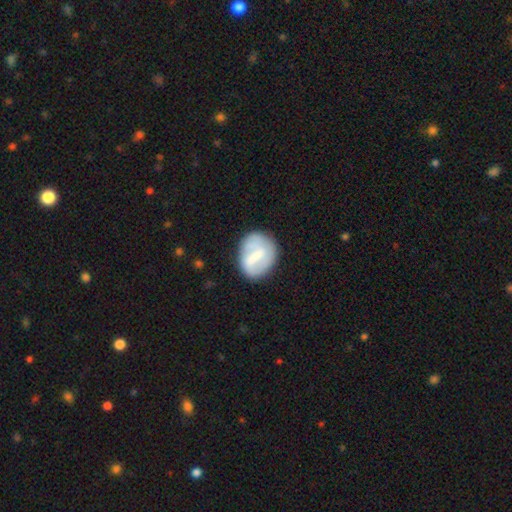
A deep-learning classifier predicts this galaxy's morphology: This is possibly a smooth galaxy (48%). Merging: likely none (70%).